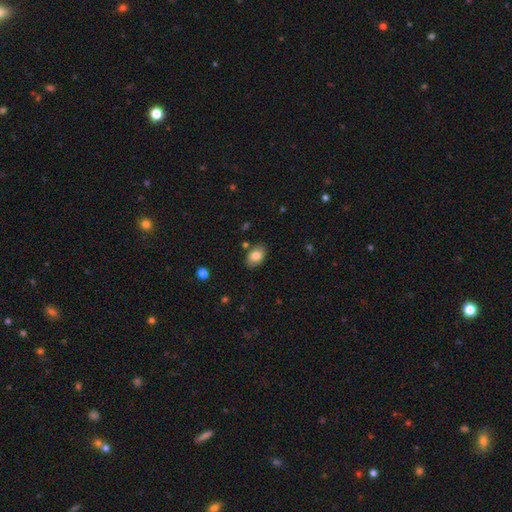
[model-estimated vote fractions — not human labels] Q: Smooth or featured?
A: smooth (81%); runner-up: featured or disk (12%)
Q: How rounded?
A: in between (85%); runner-up: round (14%)
Q: Merging?
A: none (82%); runner-up: minor disturbance (13%)